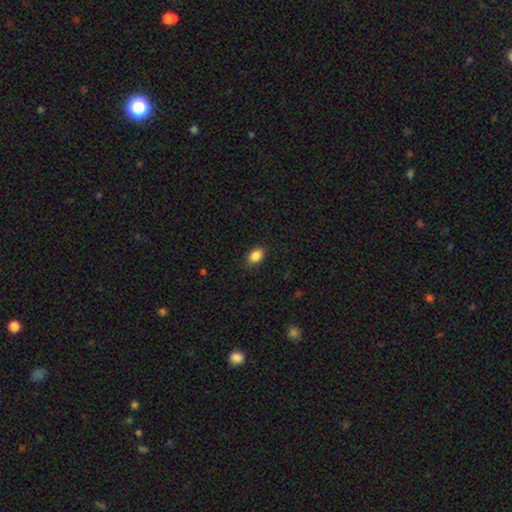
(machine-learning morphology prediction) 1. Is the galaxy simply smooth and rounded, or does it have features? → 87% smooth, 9% star or artifact, 4% featured or disk.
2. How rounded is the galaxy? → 76% in between, 22% round, 1% cigar-shaped.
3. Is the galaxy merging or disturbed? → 86% none, 11% minor disturbance, 2% major disturbance, 1% merger.